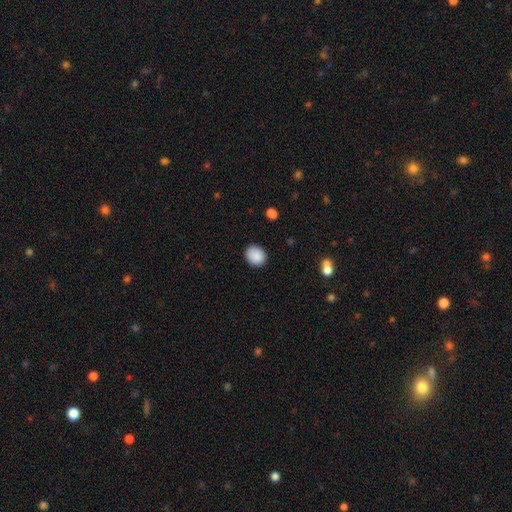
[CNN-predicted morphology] type=smooth (89%); roundness=round (63%); merging=none (88%).